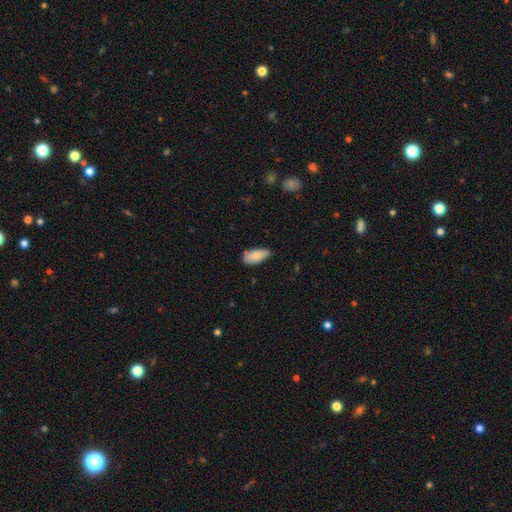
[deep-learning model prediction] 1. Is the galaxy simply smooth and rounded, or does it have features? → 87% smooth, 7% featured or disk, 6% star or artifact.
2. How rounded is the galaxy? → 87% in between, 11% cigar-shaped, 2% round.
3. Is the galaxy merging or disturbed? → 72% none, 23% minor disturbance, 3% major disturbance, 2% merger.